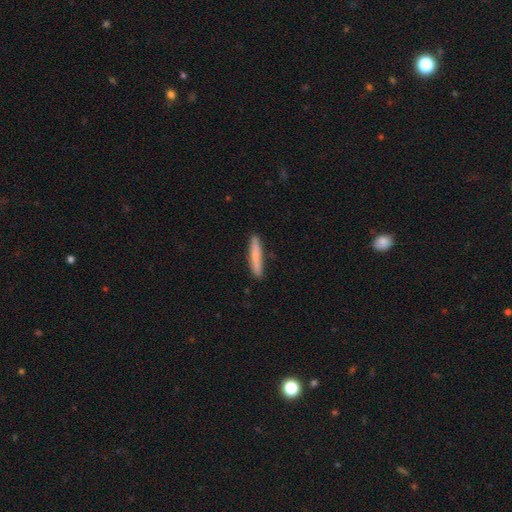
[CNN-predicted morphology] A smooth galaxy with no disk features (79%) that is cigar-shaped (93%).

Vote fractions:
- Smooth or featured? smooth: 79% / featured or disk: 15% / star or artifact: 6%
- How rounded? cigar-shaped: 93% / in between: 6% / round: 1%
- Merging? none: 88% / minor disturbance: 9% / major disturbance: 2% / merger: 1%